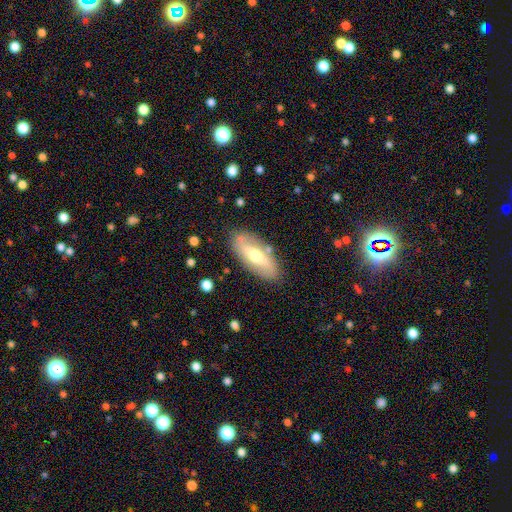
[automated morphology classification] This appears to be a featured or disk galaxy (52%). Merging: none (82%).